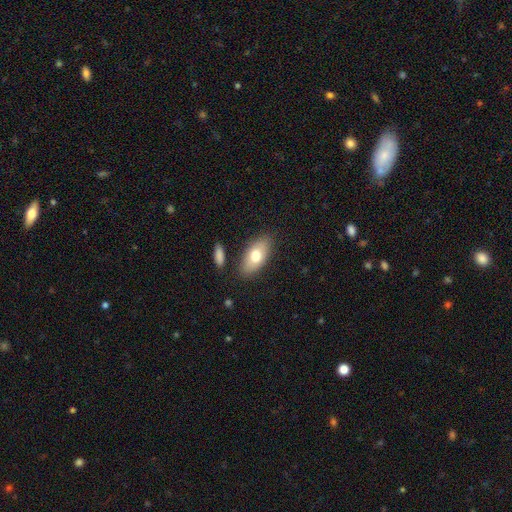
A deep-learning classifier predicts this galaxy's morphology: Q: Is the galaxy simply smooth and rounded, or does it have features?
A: smooth — 74%.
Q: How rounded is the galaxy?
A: in between — 91%.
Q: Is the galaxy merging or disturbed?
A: none — 81%.